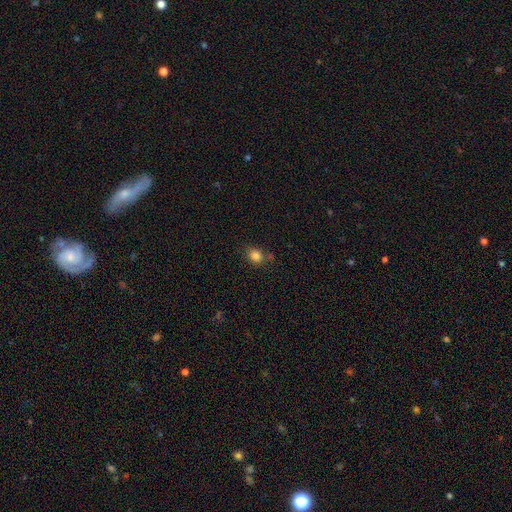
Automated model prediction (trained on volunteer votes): Q: Smooth or featured?
A: smooth (83%); runner-up: star or artifact (12%)
Q: How rounded?
A: round (59%); runner-up: in between (40%)
Q: Merging?
A: none (73%); runner-up: minor disturbance (16%)